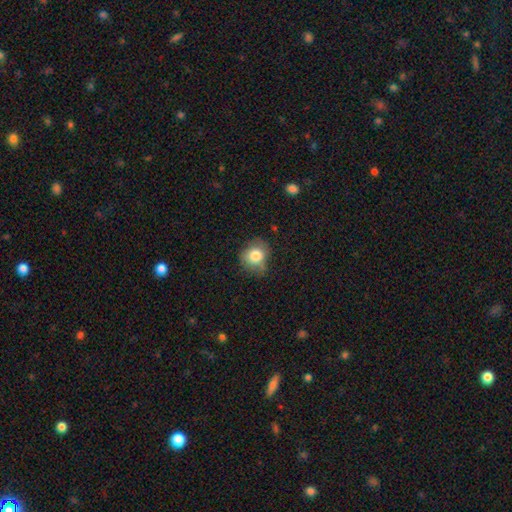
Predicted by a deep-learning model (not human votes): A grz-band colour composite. It shows a smooth galaxy with no disk features (81%) that is round (74%). Merging: none (63%).